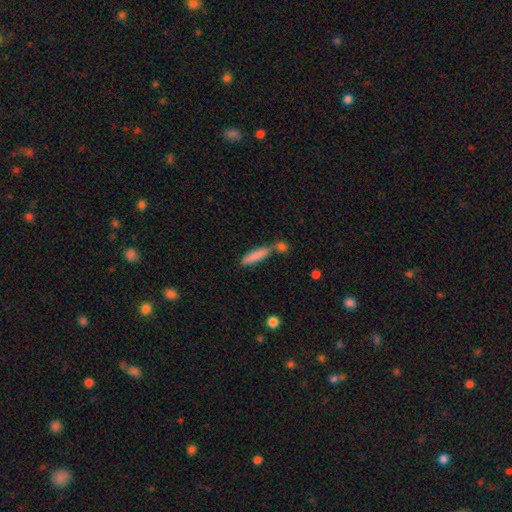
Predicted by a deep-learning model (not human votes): Overall: smooth (82%). How rounded: cigar-shaped (80%). Merging: none (53%; merger 28%).